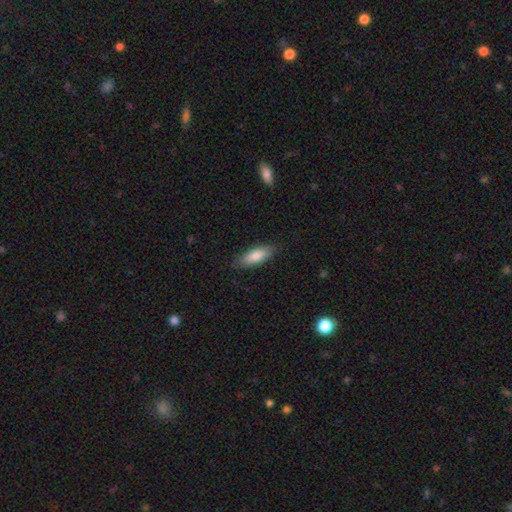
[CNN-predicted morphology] Smooth or featured? smooth (83%)
How rounded? in between (65%)
Merging? none (85%)